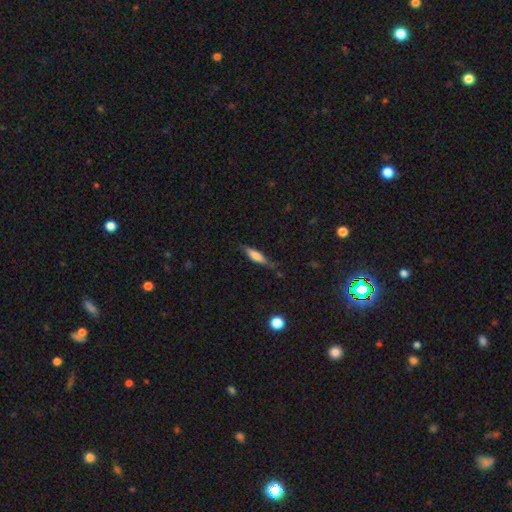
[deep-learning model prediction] Smooth or featured: smooth — 55% (featured or disk — 38%)
How rounded: cigar-shaped — 72% (in between — 26%)
Merging: none — 68% (minor disturbance — 24%)